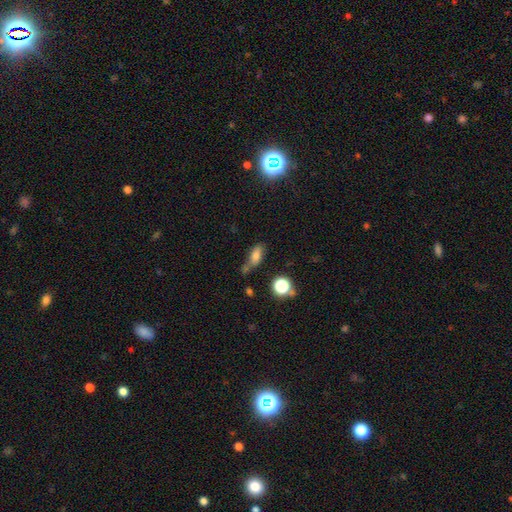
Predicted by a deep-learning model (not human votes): A smooth galaxy with no disk features (72%) that is in between round and cigar-shaped (75%).

Vote fractions:
- Smooth or featured? smooth: 72% / star or artifact: 14% / featured or disk: 14%
- How rounded? in between: 75% / cigar-shaped: 15% / round: 9%
- Merging? none: 48% / minor disturbance: 24% / merger: 17% / major disturbance: 10%